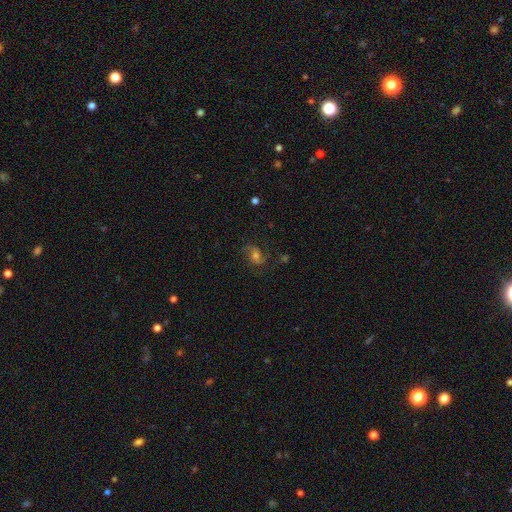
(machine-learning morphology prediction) The model was most divided on "bar": no: 51%, weak: 39%, strong: 11%. Remaining: edge-on disk — no (97%); spiral arms — yes (92%); spiral arm count — 2 (82%); merging — none (71%); smooth or featured — featured or disk (66%); bulge size — moderate (56%); spiral winding — medium (50%).